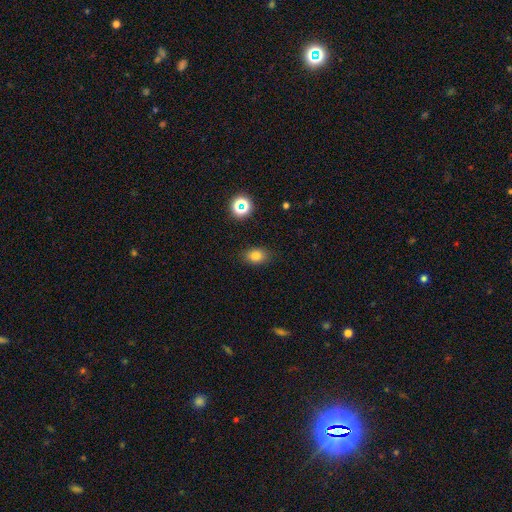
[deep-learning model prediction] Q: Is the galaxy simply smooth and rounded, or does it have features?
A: smooth — 80%.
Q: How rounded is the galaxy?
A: in between — 71%.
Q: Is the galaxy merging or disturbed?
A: none — 85%.